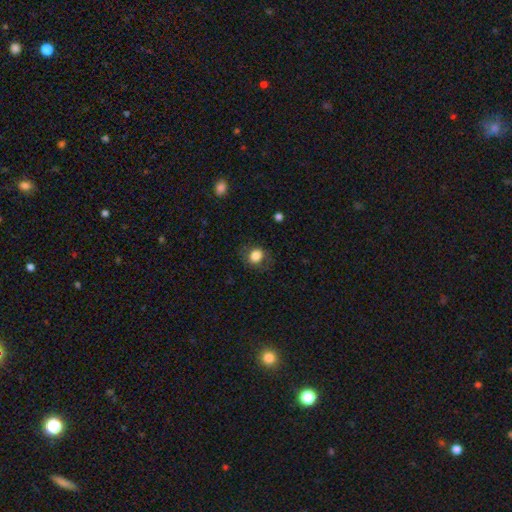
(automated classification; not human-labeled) The model was most divided on "how rounded": round: 62%, in between: 37%, cigar-shaped: 1%. More confident: smooth or featured — smooth (83%); merging — none (76%).